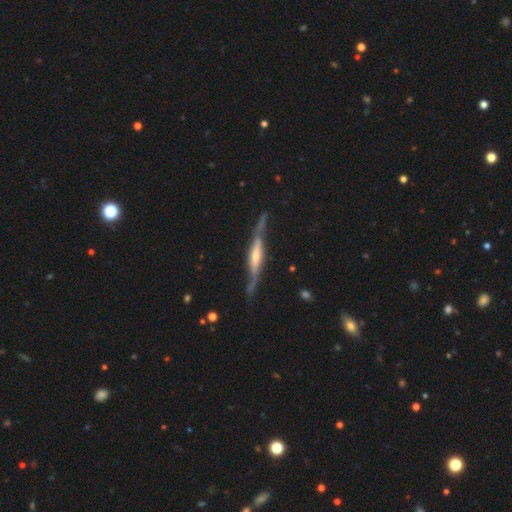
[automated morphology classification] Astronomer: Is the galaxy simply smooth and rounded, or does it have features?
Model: featured or disk — 80%.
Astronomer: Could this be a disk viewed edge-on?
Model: yes — 83%.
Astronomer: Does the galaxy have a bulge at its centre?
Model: rounded — 45% (runner-up: boxy, 37%).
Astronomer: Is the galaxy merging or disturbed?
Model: none — 68%.